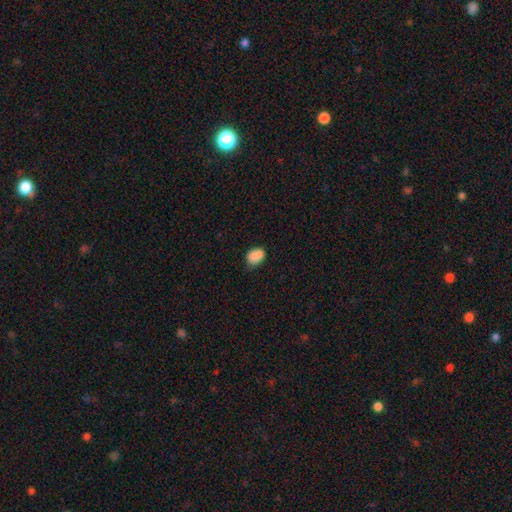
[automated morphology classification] Smooth or featured?
  - smooth: 86% *
  - star or artifact: 9%
  - featured or disk: 5%
How rounded?
  - in between: 73% *
  - round: 26%
  - cigar-shaped: 1%
Merging?
  - none: 63% *
  - minor disturbance: 29%
  - major disturbance: 5%
  - merger: 3%